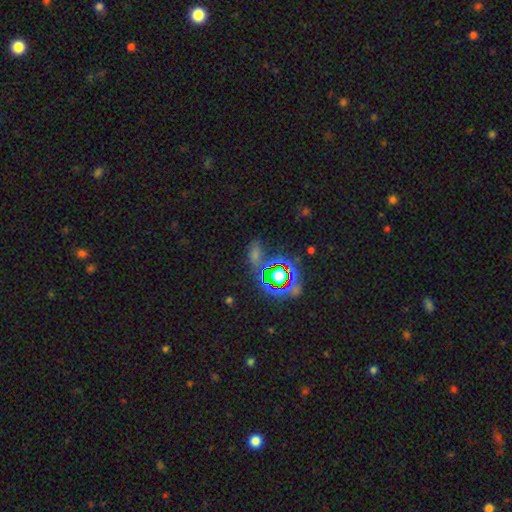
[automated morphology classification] star or artifact 62%, smooth 26%, featured or disk 12%.